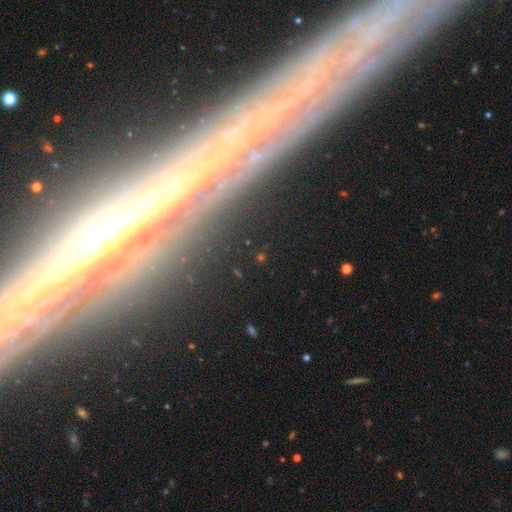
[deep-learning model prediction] Smooth or featured? Predicted: featured or disk (p=0.62). Edge-on disk? Predicted: yes (p=0.80). Merging? Predicted: none (p=0.88).